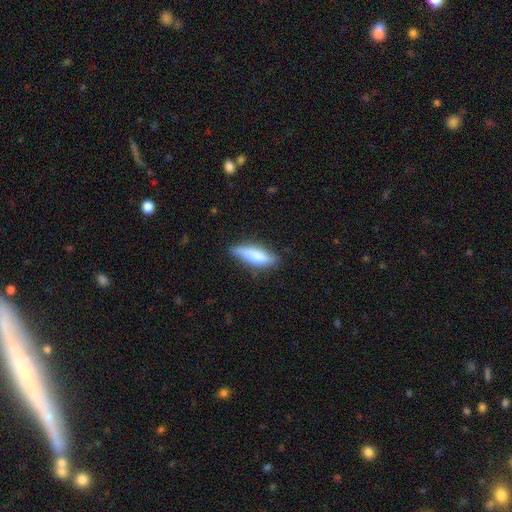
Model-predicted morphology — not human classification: smooth 76%, featured or disk 18%, star or artifact 6%. Down the decision tree: how rounded — cigar-shaped (50%); merging — none (68%).